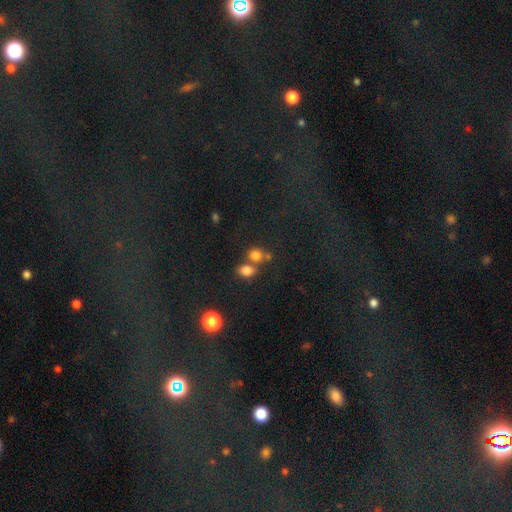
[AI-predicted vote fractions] The model was most divided on "merging": none: 45%, merger: 42%, minor disturbance: 9%, major disturbance: 4%. More confident: smooth or featured — smooth (76%); how rounded — round (61%).